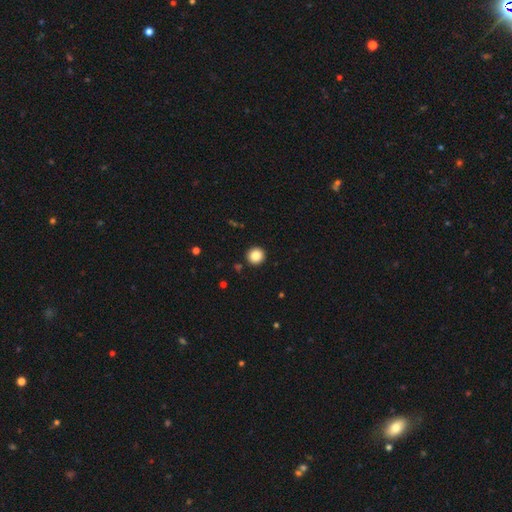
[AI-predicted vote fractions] Overall: smooth (85%). How rounded: round (95%). Merging: none (93%).